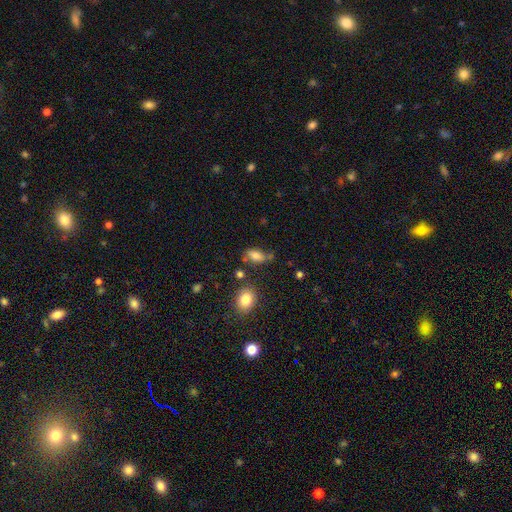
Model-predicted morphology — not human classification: Smooth or featured? Predicted: smooth (p=0.79). How rounded? Predicted: in between (p=0.83). Merging? Predicted: none (p=0.59).